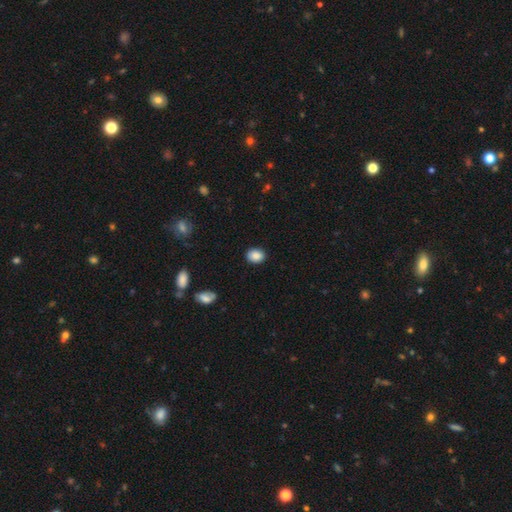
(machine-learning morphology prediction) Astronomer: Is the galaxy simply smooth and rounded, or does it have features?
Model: smooth — 87%.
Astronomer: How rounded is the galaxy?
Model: in between — 56% (runner-up: round, 43%).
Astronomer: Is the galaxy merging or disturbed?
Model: none — 88%.